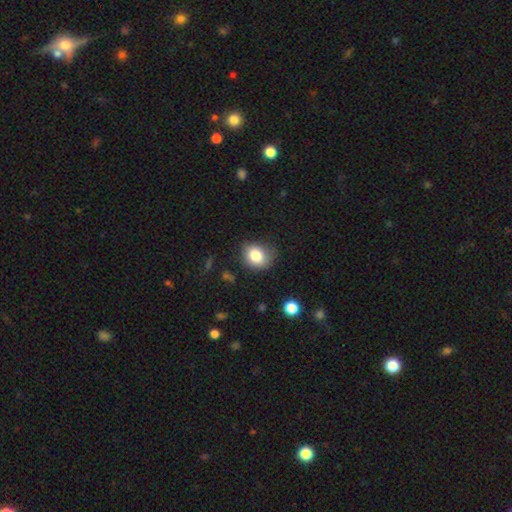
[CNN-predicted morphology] Smooth or featured? Predicted: smooth (p=0.82). How rounded? Predicted: round (p=0.54). Merging? Predicted: none (p=0.70).